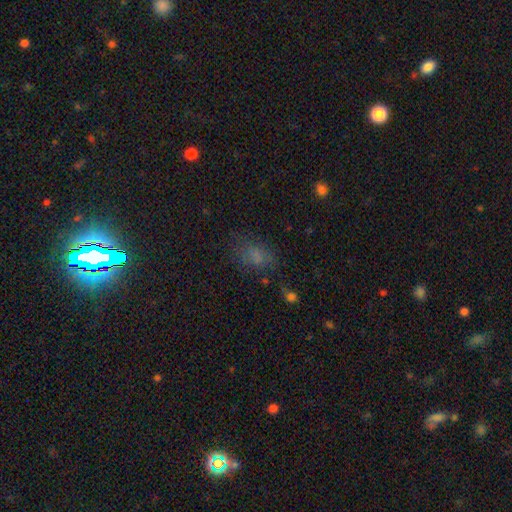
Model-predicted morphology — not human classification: Q: Smooth or featured?
A: smooth (66%); runner-up: star or artifact (21%)
Q: How rounded?
A: in between (80%); runner-up: round (17%)
Q: Merging?
A: none (60%); runner-up: minor disturbance (22%)